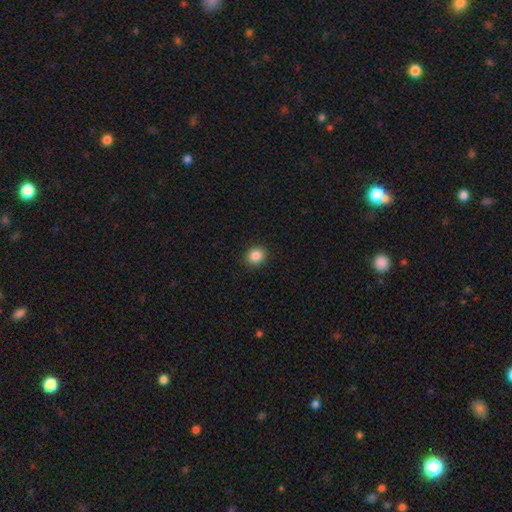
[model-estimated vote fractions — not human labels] Smooth or featured: smooth — 87% (star or artifact — 10%)
How rounded: round — 78% (in between — 21%)
Merging: none — 91% (minor disturbance — 6%)